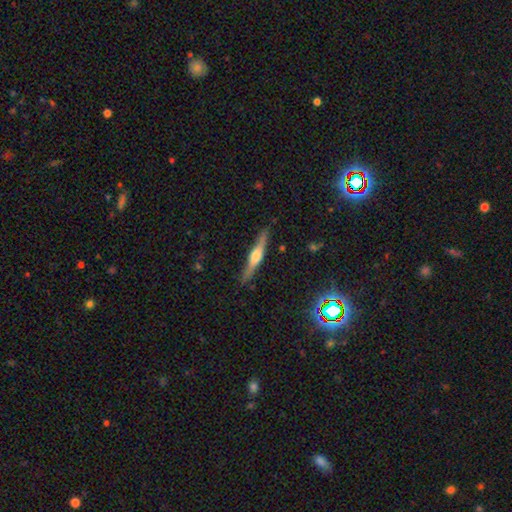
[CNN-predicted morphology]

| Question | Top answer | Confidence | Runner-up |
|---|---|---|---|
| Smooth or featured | featured or disk | 66% | smooth (27%) |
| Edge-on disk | yes | 97% | no (3%) |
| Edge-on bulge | rounded | 78% | boxy (16%) |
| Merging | none | 87% | minor disturbance (10%) |